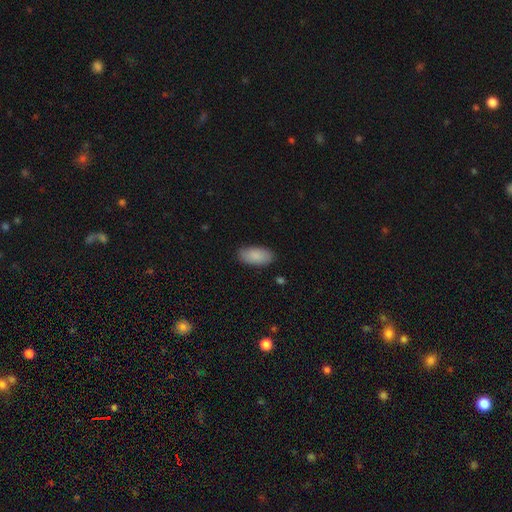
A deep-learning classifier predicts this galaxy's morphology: smooth 89%, star or artifact 6%, featured or disk 5%. Down the decision tree: how rounded — in between (93%); merging — none (85%).